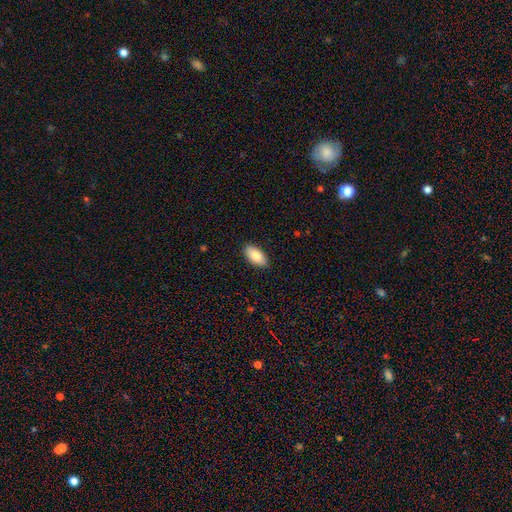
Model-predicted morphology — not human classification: Smooth or featured: smooth — 85% (featured or disk — 9%)
How rounded: in between — 93% (cigar-shaped — 4%)
Merging: none — 89% (minor disturbance — 9%)